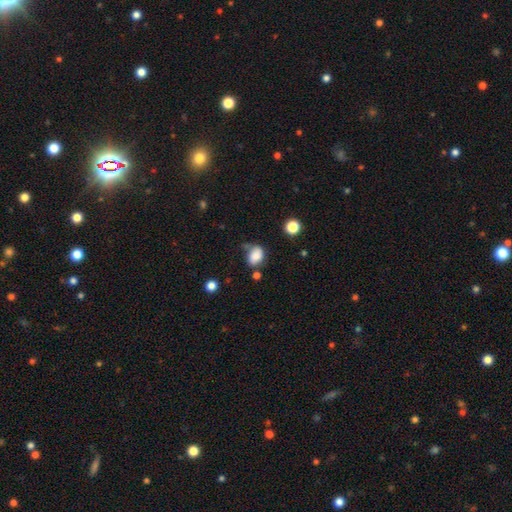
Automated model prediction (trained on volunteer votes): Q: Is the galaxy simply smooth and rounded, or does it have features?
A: smooth — 79%.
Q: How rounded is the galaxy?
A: in between — 69%.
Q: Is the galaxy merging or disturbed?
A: none — 47%.